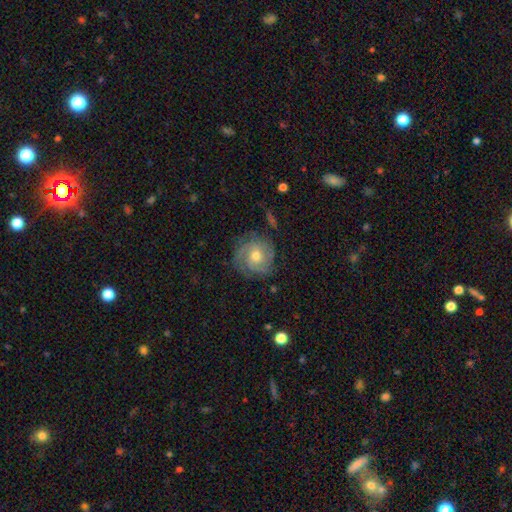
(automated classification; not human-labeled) smooth-or-featured: featured or disk: 77% | smooth: 17% | star or artifact: 6%
  disk-edge-on: no: 98% | yes: 2%
    bar: no: 72% | weak: 24% | strong: 4%
    has-spiral-arms: yes: 94% | no: 6%
      spiral-winding: tight: 60% | medium: 32% | loose: 9%
      spiral-arm-count: 3: 36% | can't tell: 23% | 2: 21% | 4: 9% | 1: 6% | more than 4: 5%
    bulge-size: moderate: 70% | small: 24% | large: 4% | none: 1% | dominant: 1%
  merging: none: 76% | minor disturbance: 16% | major disturbance: 6% | merger: 1%